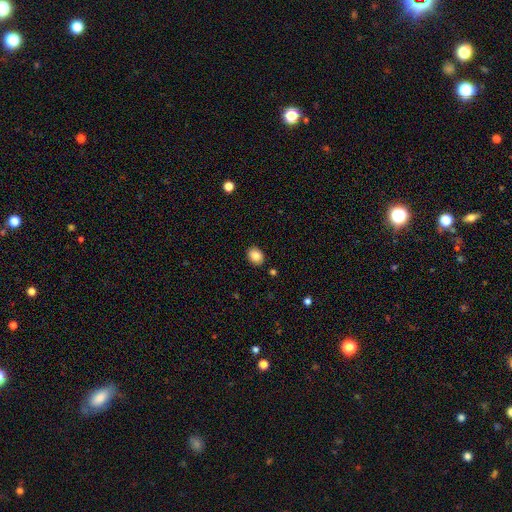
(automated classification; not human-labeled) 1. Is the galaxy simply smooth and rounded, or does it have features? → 84% smooth, 9% star or artifact, 7% featured or disk.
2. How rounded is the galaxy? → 52% in between, 47% round, 1% cigar-shaped.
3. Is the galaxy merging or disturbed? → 89% none, 8% minor disturbance, 2% major disturbance, 2% merger.